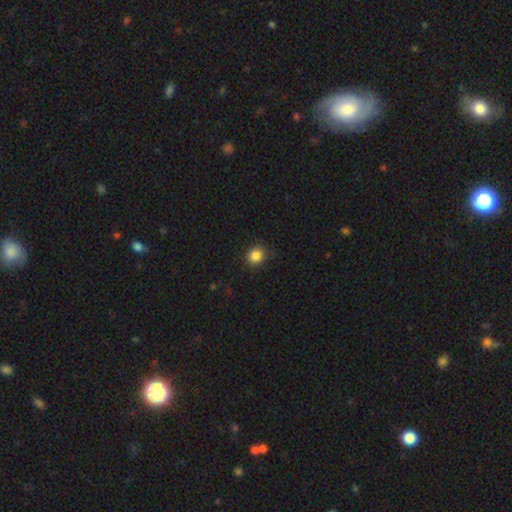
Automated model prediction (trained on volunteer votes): Smooth or featured? Predicted: smooth (p=0.86). How rounded? Predicted: round (p=0.85). Merging? Predicted: none (p=0.87).